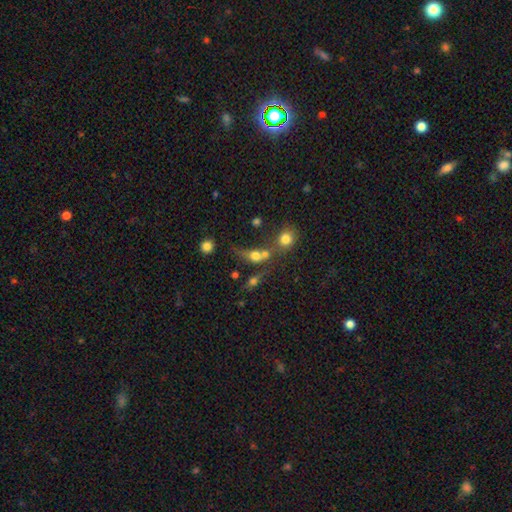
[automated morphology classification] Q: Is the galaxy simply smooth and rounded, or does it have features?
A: smooth — 64%.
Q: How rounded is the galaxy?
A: round — 47%.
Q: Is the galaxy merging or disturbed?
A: merger — 49%.